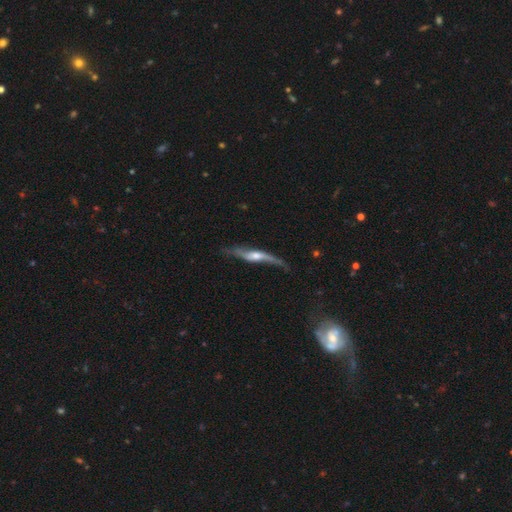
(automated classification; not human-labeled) Smooth or featured?
  - featured or disk: 75% *
  - smooth: 19%
  - star or artifact: 6%
Edge-on disk?
  - yes: 63% *
  - no: 37%
Merging?
  - none: 54% *
  - minor disturbance: 27%
  - major disturbance: 16%
  - merger: 3%